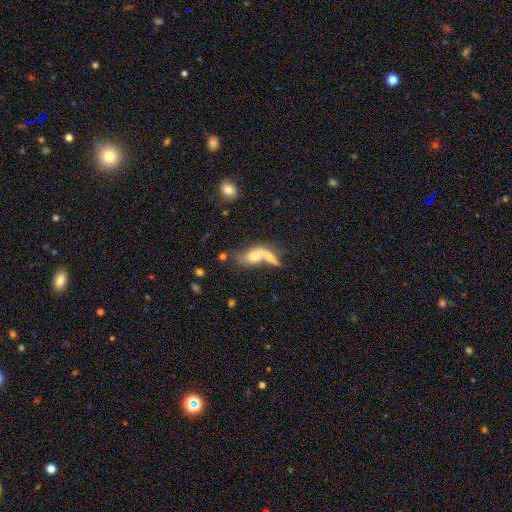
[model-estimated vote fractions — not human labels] Morphology: type=smooth (60%); roundness=in between (63%); merging=merger (52%).